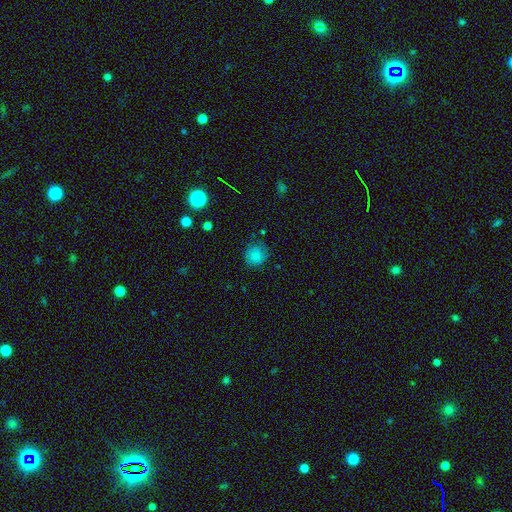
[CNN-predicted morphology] smooth_or_featured: smooth (p=0.81) [alt: star or artifact p=0.11]
how_rounded: round (p=0.87) [alt: in between p=0.12]
merging: none (p=0.75) [alt: minor disturbance p=0.19]